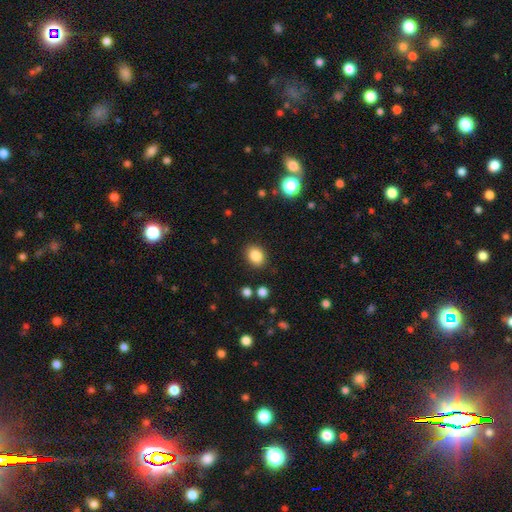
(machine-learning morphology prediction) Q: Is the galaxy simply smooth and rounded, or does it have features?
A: smooth — 85%.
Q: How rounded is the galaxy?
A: in between — 54%.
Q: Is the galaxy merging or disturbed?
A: none — 87%.